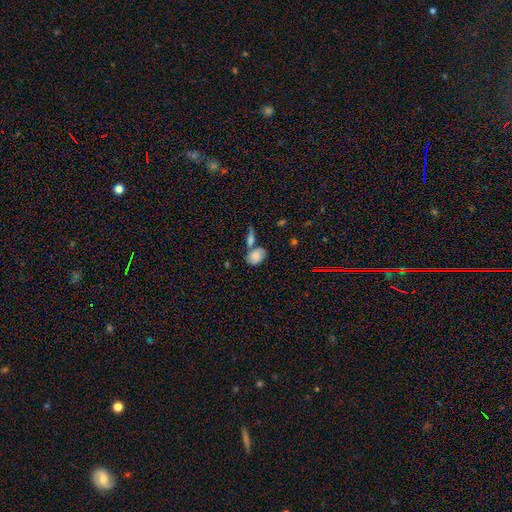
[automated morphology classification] Q: Smooth or featured?
A: smooth (76%); runner-up: featured or disk (15%)
Q: How rounded?
A: in between (69%); runner-up: round (29%)
Q: Merging?
A: none (45%); runner-up: merger (32%)